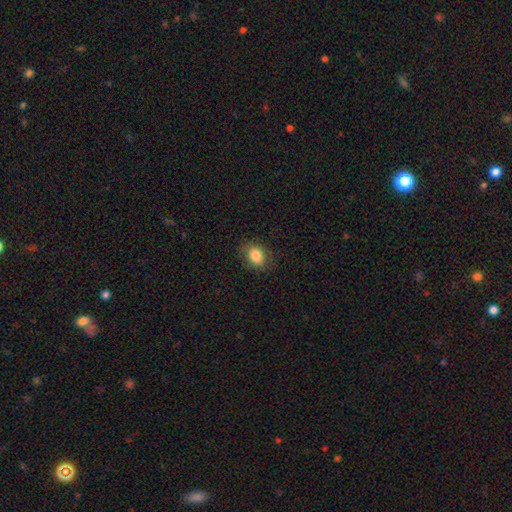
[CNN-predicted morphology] This is clearly a smooth galaxy (83%). How rounded: possibly in between (59%). Merging: clearly none (80%).